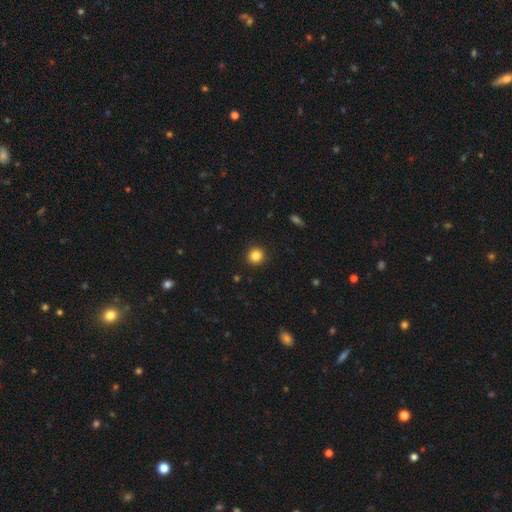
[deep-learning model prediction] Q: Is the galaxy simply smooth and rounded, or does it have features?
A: smooth — 84%.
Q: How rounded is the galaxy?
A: round — 94%.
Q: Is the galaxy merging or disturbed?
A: none — 92%.